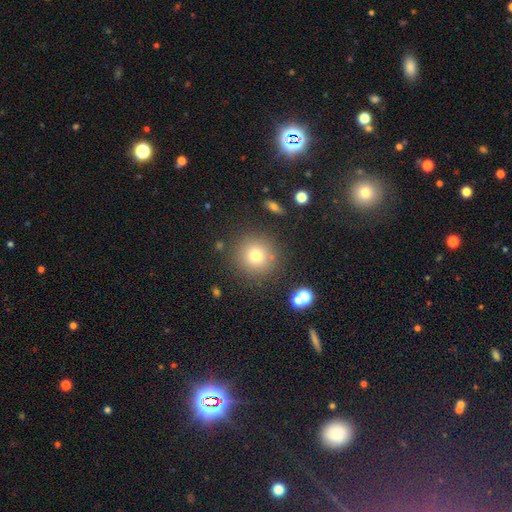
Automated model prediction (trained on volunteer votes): Smooth or featured? smooth (74%)
How rounded? round (93%)
Merging? none (85%)